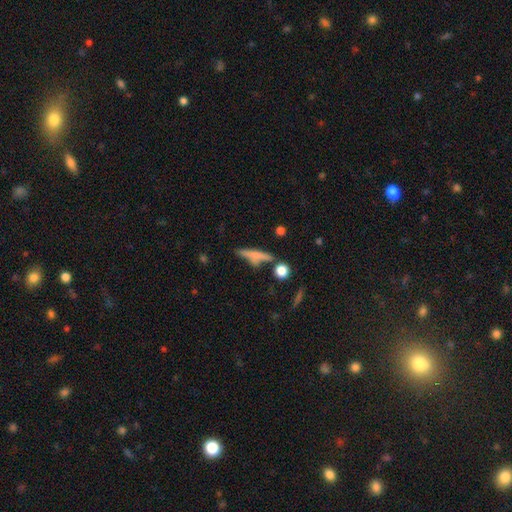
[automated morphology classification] Smooth or featured? Predicted: smooth (p=0.61). How rounded? Predicted: cigar-shaped (p=0.81). Merging? Predicted: none (p=0.61).